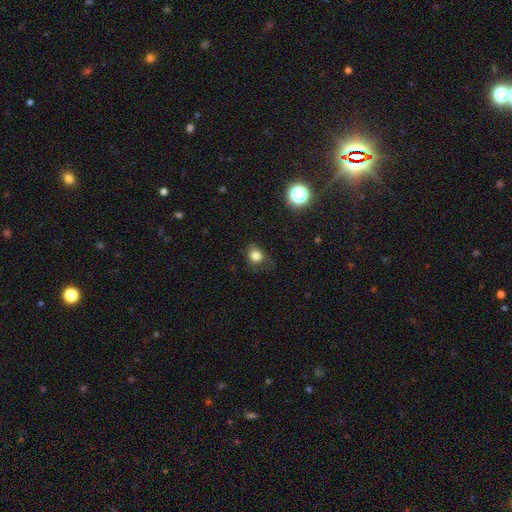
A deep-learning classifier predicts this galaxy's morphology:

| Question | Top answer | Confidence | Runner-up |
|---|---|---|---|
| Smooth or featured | smooth | 80% | star or artifact (13%) |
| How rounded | round | 64% | in between (35%) |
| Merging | none | 62% | minor disturbance (26%) |